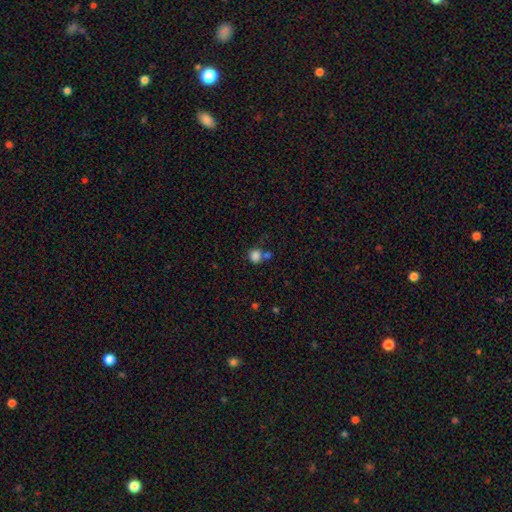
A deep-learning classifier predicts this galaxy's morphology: Q: Smooth or featured?
A: smooth (83%); runner-up: star or artifact (11%)
Q: How rounded?
A: round (85%); runner-up: in between (14%)
Q: Merging?
A: none (57%); runner-up: merger (25%)